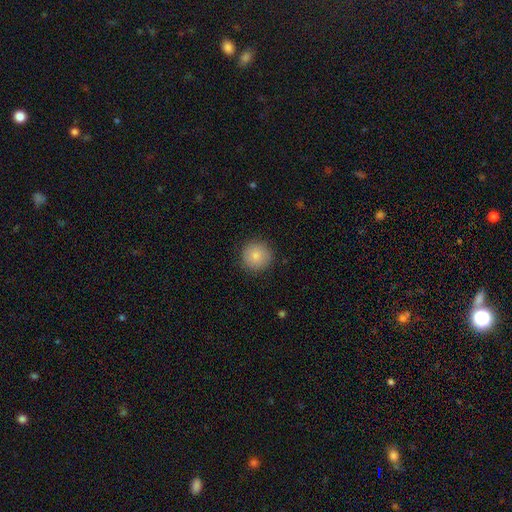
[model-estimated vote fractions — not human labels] Q: Smooth or featured?
A: smooth (84%); runner-up: star or artifact (9%)
Q: How rounded?
A: round (95%); runner-up: in between (4%)
Q: Merging?
A: none (90%); runner-up: minor disturbance (7%)